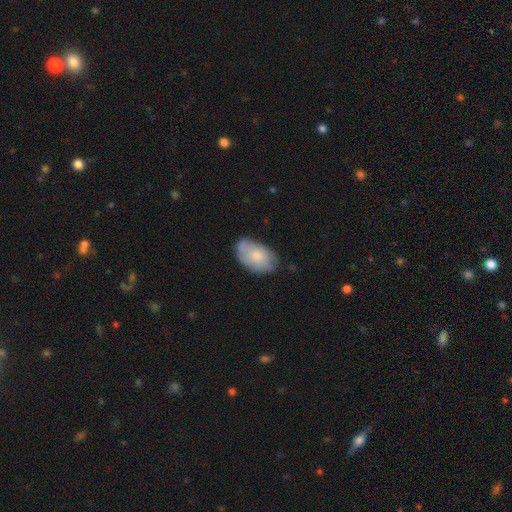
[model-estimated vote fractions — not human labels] smooth_or_featured: smooth (p=0.66) [alt: featured or disk p=0.28]
how_rounded: in between (p=0.92) [alt: round p=0.07]
merging: none (p=0.63) [alt: minor disturbance p=0.28]